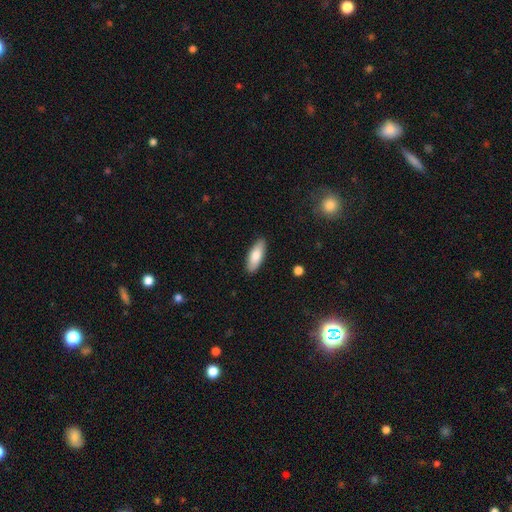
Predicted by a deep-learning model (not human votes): smooth 82%, featured or disk 12%, star or artifact 6%. Down the decision tree: how rounded — in between (69%); merging — none (89%).